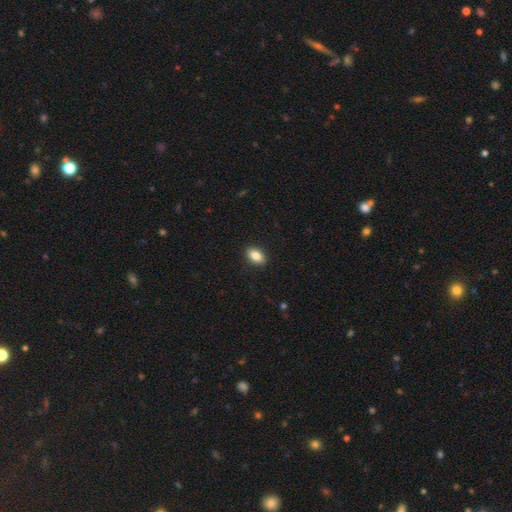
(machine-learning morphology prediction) type=smooth (84%); roundness=in between (89%); merging=none (90%).